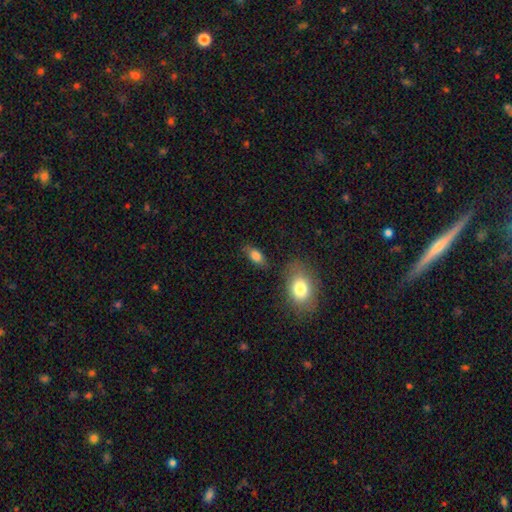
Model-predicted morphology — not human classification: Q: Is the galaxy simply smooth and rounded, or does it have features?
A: smooth — 81%.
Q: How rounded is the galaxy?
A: in between — 86%.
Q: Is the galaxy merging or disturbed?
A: none — 72%.